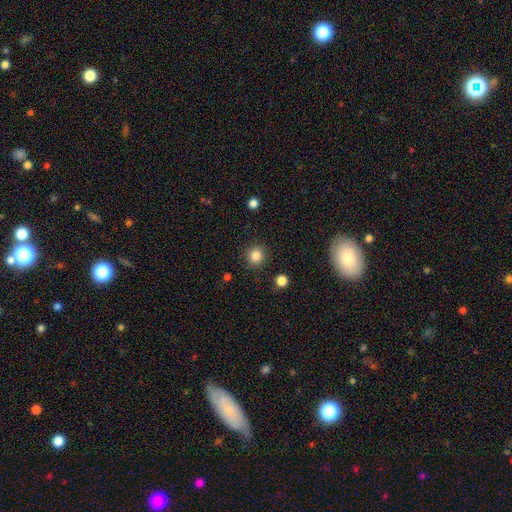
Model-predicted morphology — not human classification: type=smooth (84%); roundness=round (90%); merging=none (90%).